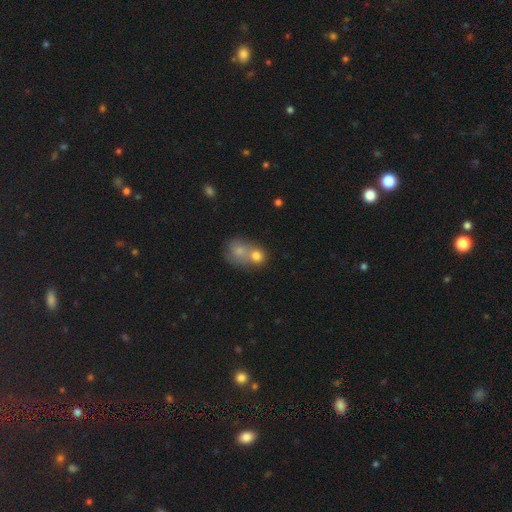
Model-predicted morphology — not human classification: This appears to be a smooth galaxy with no disk features (77%) that is round (71%). Merging: merger (63%).